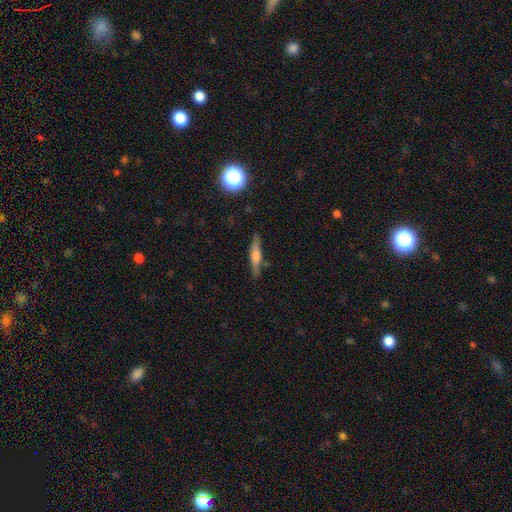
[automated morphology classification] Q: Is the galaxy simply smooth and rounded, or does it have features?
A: featured or disk — 54%.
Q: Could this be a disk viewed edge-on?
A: yes — 95%.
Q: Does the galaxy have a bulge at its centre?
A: rounded — 73%.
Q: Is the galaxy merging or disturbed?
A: none — 85%.